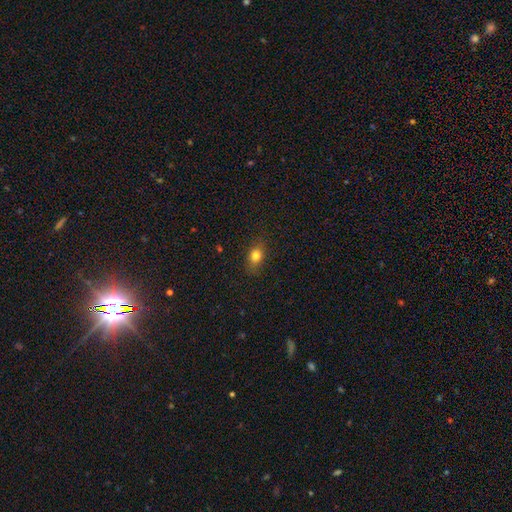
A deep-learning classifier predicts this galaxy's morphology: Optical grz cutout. It shows a smooth galaxy with no disk features (79%) that is in between round and cigar-shaped (68%). Merging: none (84%).